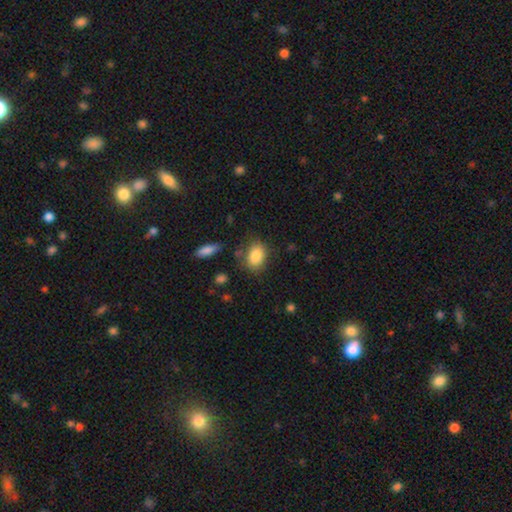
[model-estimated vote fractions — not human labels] Overall: smooth (87%). How rounded: in between (79%). Merging: none (74%).